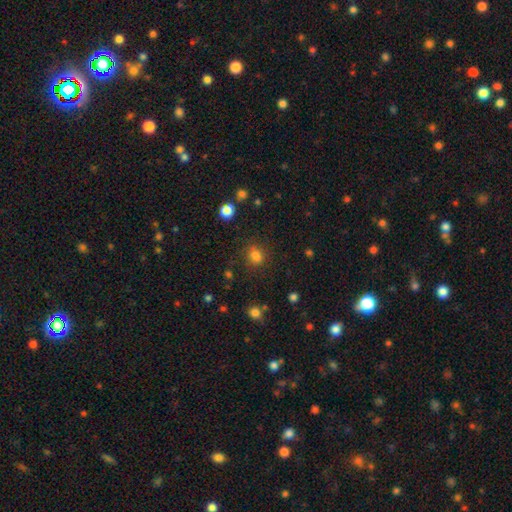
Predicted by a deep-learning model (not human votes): smooth 75%, star or artifact 18%, featured or disk 7%. Down the decision tree: how rounded — round (56%); merging — none (67%).